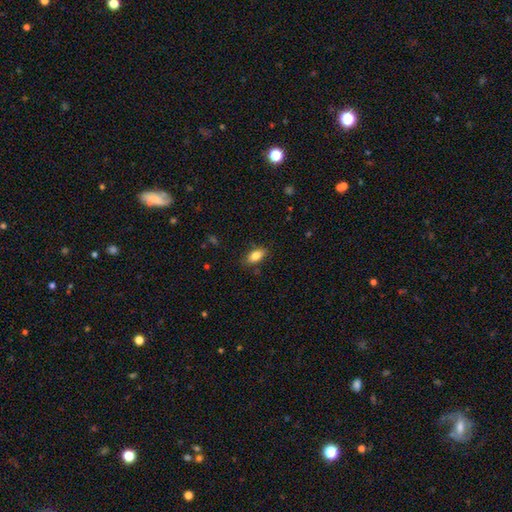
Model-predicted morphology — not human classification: Smooth or featured?
  - smooth: 81% *
  - featured or disk: 11%
  - star or artifact: 8%
How rounded?
  - in between: 87% *
  - cigar-shaped: 8%
  - round: 5%
Merging?
  - none: 84% *
  - minor disturbance: 12%
  - major disturbance: 3%
  - merger: 1%